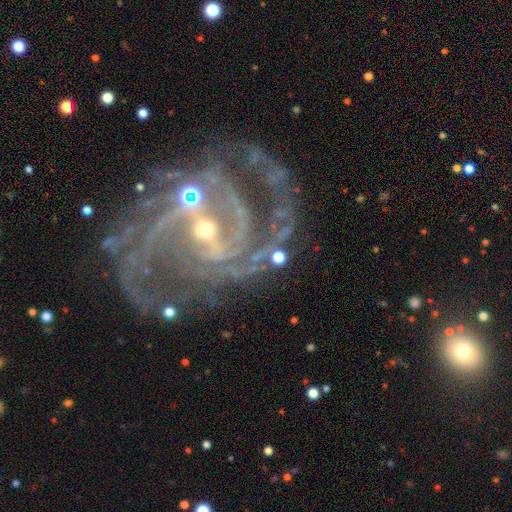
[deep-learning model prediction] This appears to be a featured or disk galaxy (91%) with a strong bar (42%), 2 (42%) medium (49%) spiral arms (98%) and a small central bulge (67%). Merging: none (57%).